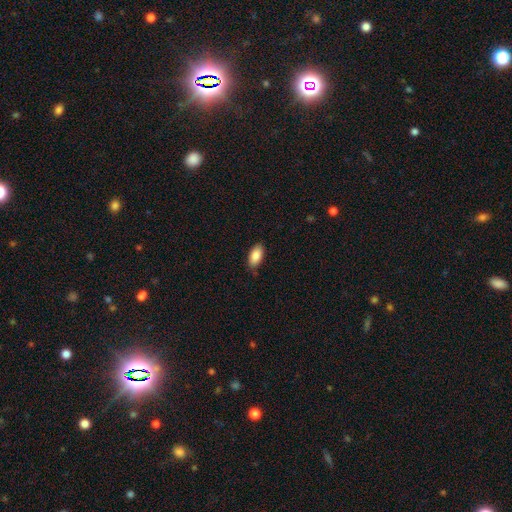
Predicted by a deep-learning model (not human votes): Smooth or featured: smooth — 88% (star or artifact — 7%)
How rounded: in between — 93% (cigar-shaped — 5%)
Merging: none — 84% (minor disturbance — 13%)